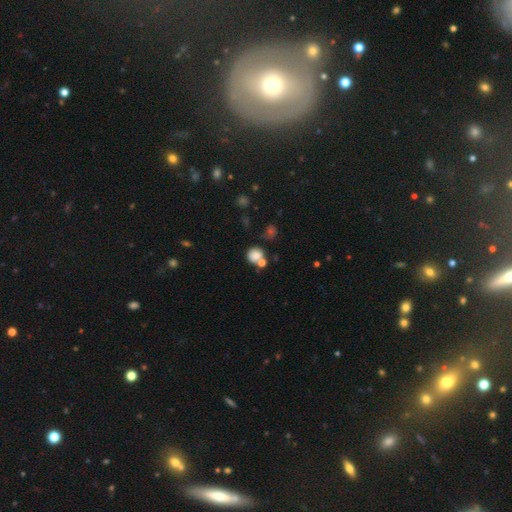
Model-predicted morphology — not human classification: type=smooth (77%); roundness=round (80%); merging=none (53%).